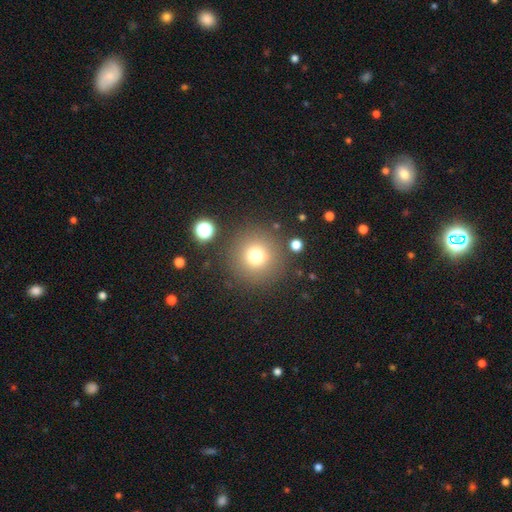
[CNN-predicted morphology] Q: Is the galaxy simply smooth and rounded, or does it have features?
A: smooth — 74%.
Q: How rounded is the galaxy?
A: round — 96%.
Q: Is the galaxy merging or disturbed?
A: none — 87%.